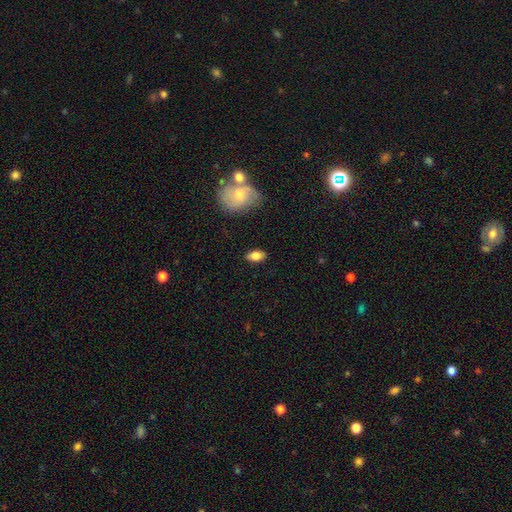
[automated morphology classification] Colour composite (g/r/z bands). It shows a smooth galaxy with no disk features (79%) that is in between round and cigar-shaped (90%). Merging: none (85%).